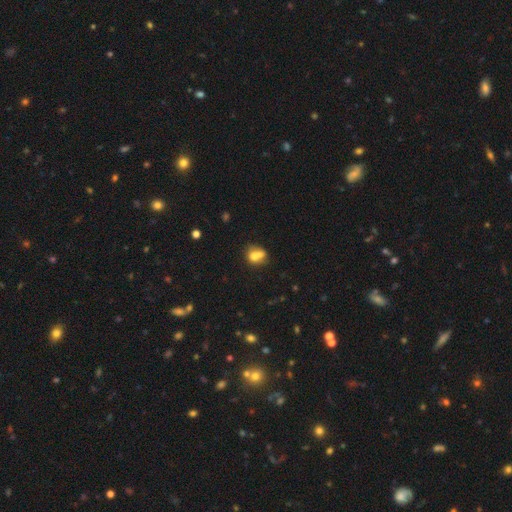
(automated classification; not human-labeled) Smooth or featured: smooth — 68% (featured or disk — 21%)
How rounded: round — 55% (in between — 43%)
Merging: merger — 49% (none — 33%)